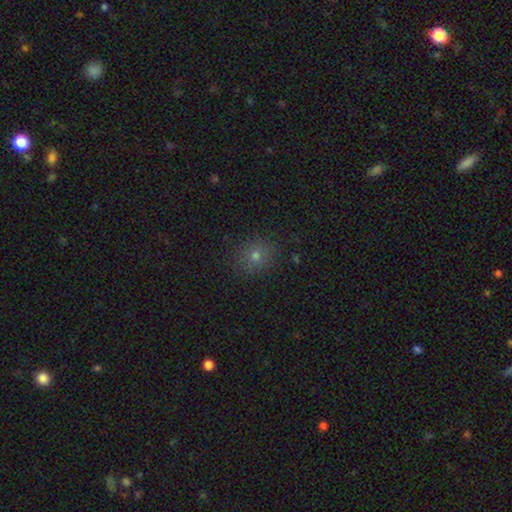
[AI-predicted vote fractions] This appears to be a smooth galaxy with no disk features (70%) that is round (81%). Merging: none (88%).